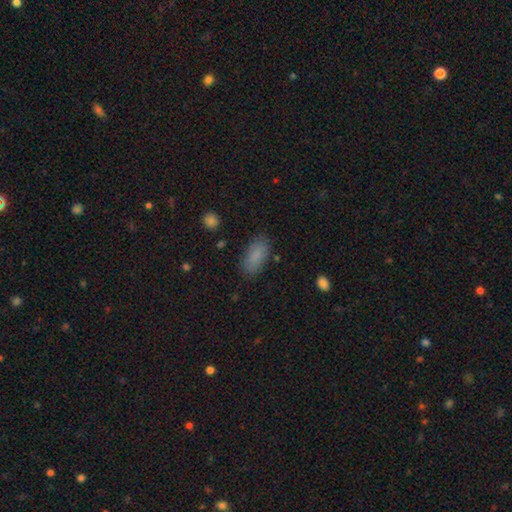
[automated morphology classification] Smooth or featured? Predicted: smooth (p=0.86). How rounded? Predicted: in between (p=0.90). Merging? Predicted: none (p=0.84).